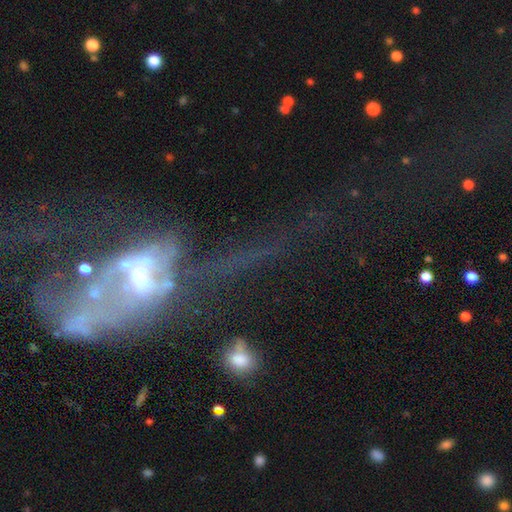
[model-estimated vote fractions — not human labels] Q: Smooth or featured?
A: featured or disk (56%); runner-up: star or artifact (22%)
Q: Edge-on disk?
A: no (77%); runner-up: yes (23%)
Q: Merging?
A: major disturbance (41%); runner-up: merger (25%)